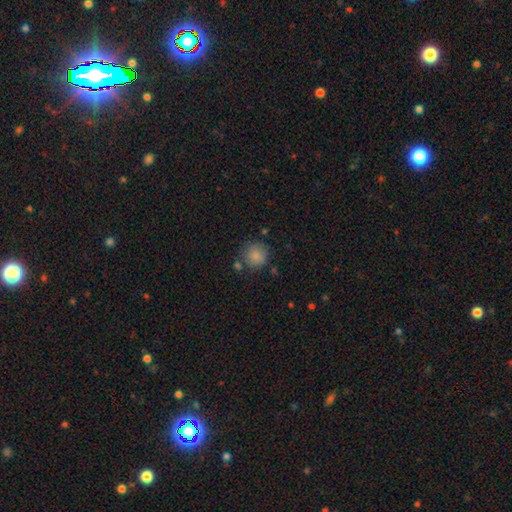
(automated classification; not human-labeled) Q: Smooth or featured?
A: smooth (85%); runner-up: star or artifact (9%)
Q: How rounded?
A: round (91%); runner-up: in between (8%)
Q: Merging?
A: none (75%); runner-up: minor disturbance (14%)